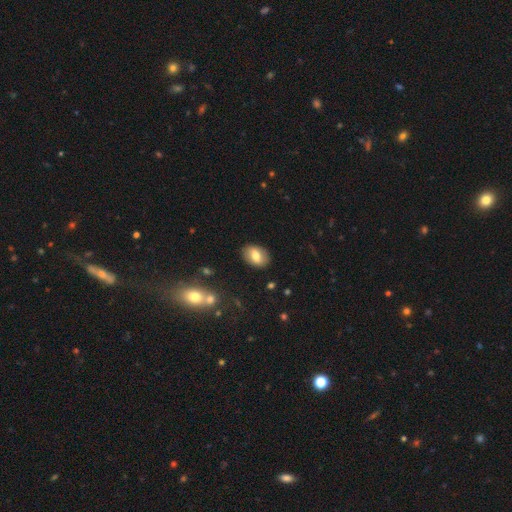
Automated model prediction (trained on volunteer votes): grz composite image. It shows a smooth galaxy with no disk features (73%) that is in between round and cigar-shaped (82%). Merging: none (87%).